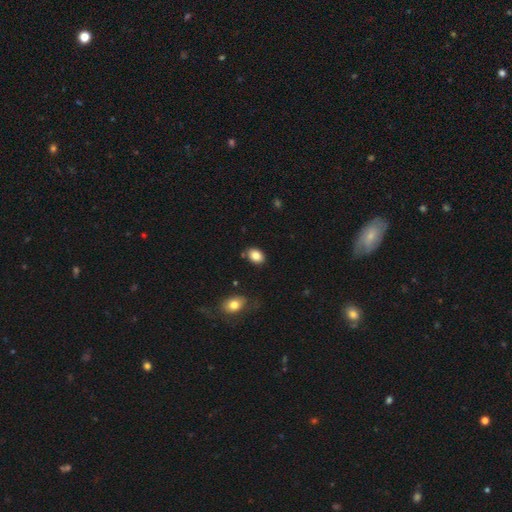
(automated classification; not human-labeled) A smooth galaxy with no disk features (85%) that is in between round and cigar-shaped (79%). Merging: none (84%).